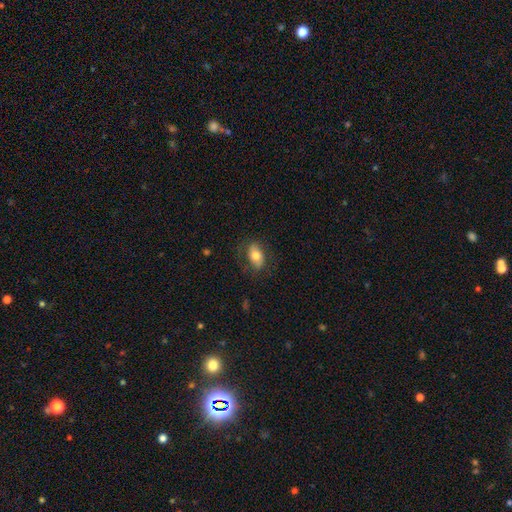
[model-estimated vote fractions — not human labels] Overall: smooth (70%). How rounded: in between (87%). Merging: none (71%).